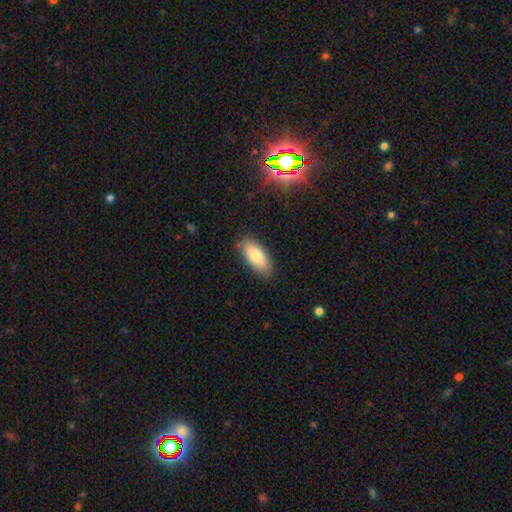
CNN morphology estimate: A smooth galaxy with no disk features (79%) that is in between round and cigar-shaped (87%).

Vote fractions:
- Smooth or featured? smooth: 79% / featured or disk: 14% / star or artifact: 7%
- How rounded? in between: 87% / cigar-shaped: 11% / round: 2%
- Merging? none: 85% / minor disturbance: 11% / major disturbance: 2% / merger: 1%